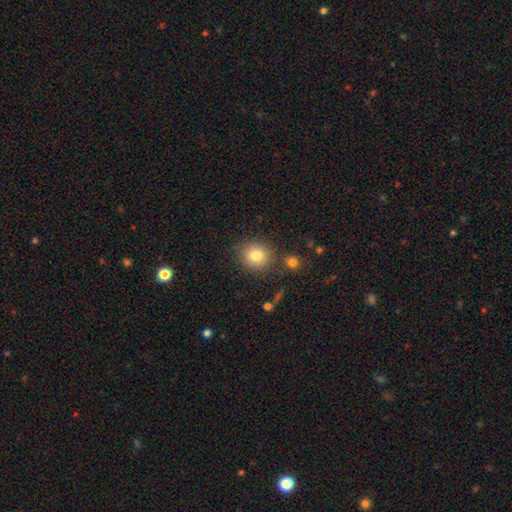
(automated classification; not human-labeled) Smooth or featured? Predicted: smooth (p=0.80). How rounded? Predicted: round (p=0.84). Merging? Predicted: none (p=0.81).